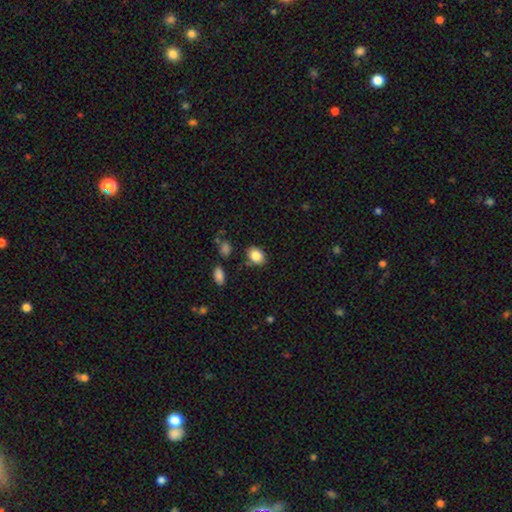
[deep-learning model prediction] Smooth or featured? smooth (85%)
How rounded? in between (74%)
Merging? none (78%)